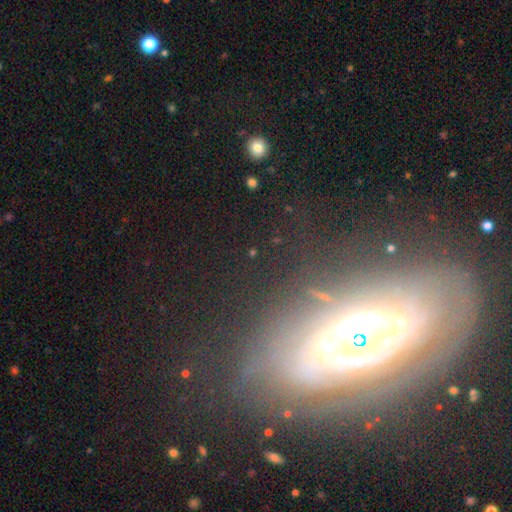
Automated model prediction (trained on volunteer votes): A featured or disk galaxy (69%) with no bar (71%), spiral arms (72%) and a small central bulge (42%). Merging: none (73%).